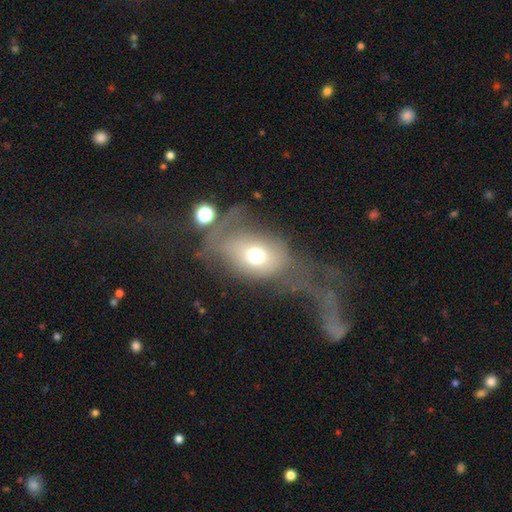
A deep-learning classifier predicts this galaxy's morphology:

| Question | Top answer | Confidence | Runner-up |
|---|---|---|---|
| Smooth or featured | smooth | 57% | featured or disk (31%) |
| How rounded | in between | 64% | round (34%) |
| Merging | major disturbance | 57% | none (18%) |